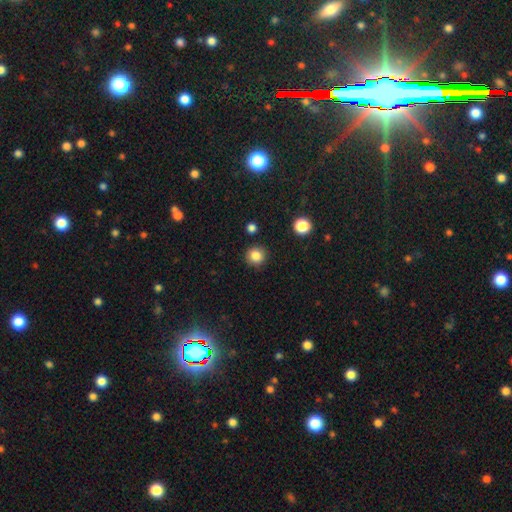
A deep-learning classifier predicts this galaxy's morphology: This appears to be a smooth galaxy with no disk features (85%) that is round (92%). Merging: none (90%).